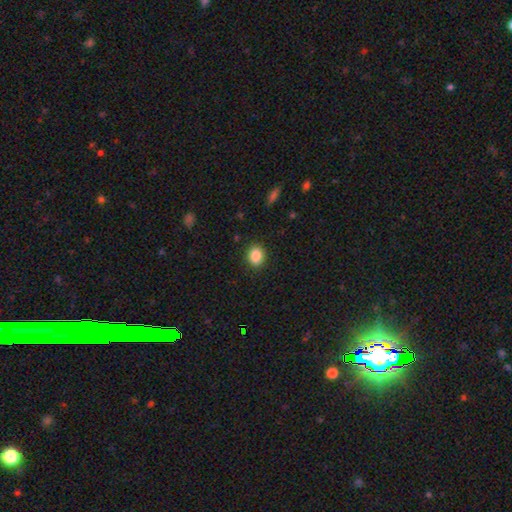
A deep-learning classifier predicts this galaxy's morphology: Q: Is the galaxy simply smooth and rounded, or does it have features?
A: smooth — 88%.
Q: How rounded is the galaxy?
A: round — 51%.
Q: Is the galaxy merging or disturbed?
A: none — 89%.